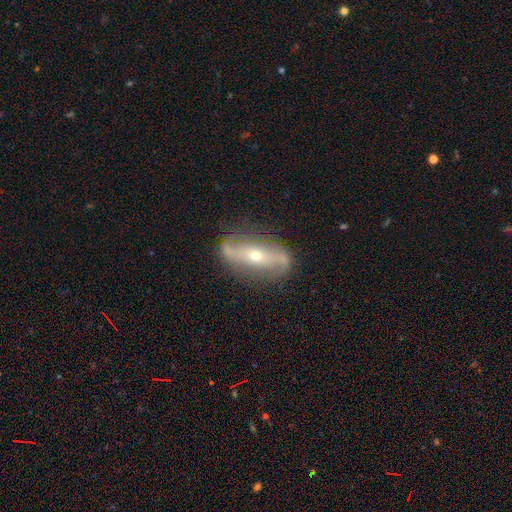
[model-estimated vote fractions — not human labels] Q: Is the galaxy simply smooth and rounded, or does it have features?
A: featured or disk — 79%.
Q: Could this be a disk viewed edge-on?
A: no — 81%.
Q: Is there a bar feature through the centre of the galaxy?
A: no — 41%.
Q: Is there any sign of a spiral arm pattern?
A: yes — 83%.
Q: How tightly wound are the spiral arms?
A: loose — 66%.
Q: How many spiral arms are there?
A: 2 — 89%.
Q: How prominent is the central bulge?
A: small — 56%.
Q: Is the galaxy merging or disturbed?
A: none — 74%.